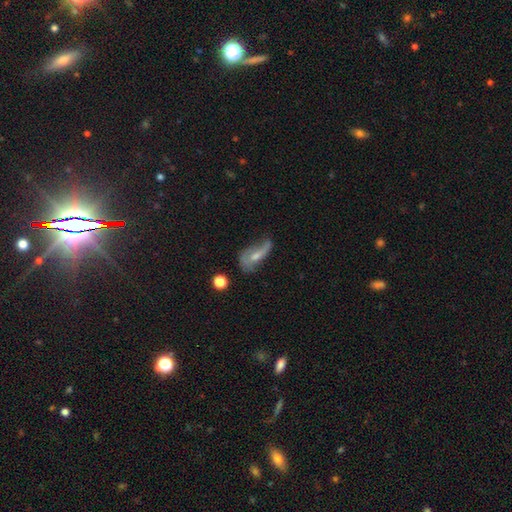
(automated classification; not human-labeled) featured or disk 61%, smooth 27%, star or artifact 12%. Down the decision tree: edge-on disk — no (87%); bar — no (55%); spiral arms — yes (74%); bulge size — moderate (46%); merging — none (38%).